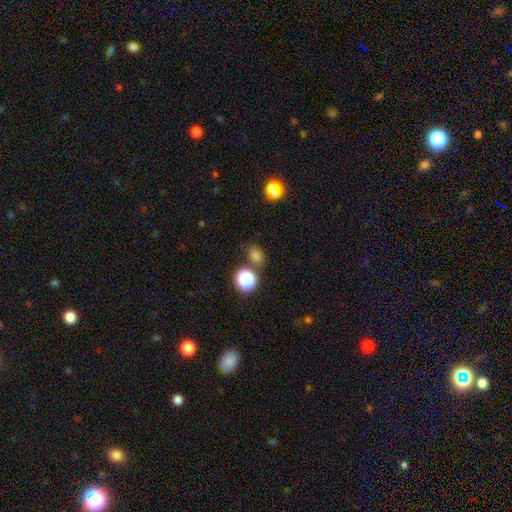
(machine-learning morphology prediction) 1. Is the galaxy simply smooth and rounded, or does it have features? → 65% smooth, 27% star or artifact, 7% featured or disk.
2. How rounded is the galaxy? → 52% in between, 47% round, 2% cigar-shaped.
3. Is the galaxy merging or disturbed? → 76% none, 11% minor disturbance, 9% merger, 4% major disturbance.